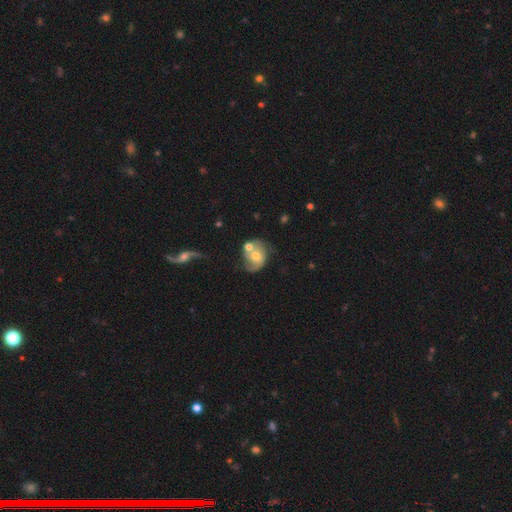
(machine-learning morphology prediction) smooth_or_featured: featured or disk (p=0.58) [alt: smooth p=0.34]
disk_edge_on: no (p=0.97) [alt: yes p=0.03]
bar: no (p=0.71) [alt: weak p=0.24]
has_spiral_arms: yes (p=0.74) [alt: no p=0.26]
bulge_size: moderate (p=0.62) [alt: small p=0.30]
merging: none (p=0.38) [alt: merger p=0.29]